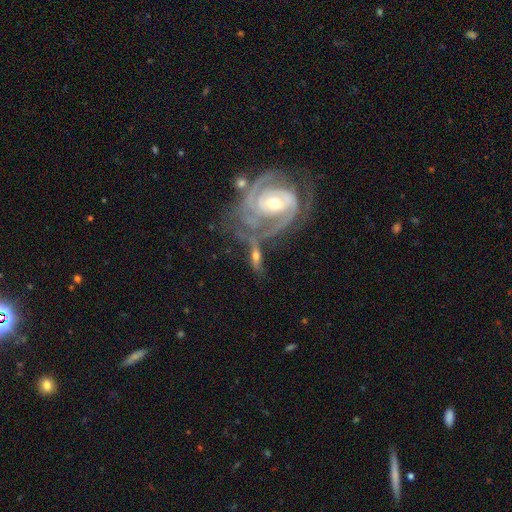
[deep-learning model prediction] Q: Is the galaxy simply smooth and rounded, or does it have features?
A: featured or disk — 74%.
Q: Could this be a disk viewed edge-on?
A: no — 81%.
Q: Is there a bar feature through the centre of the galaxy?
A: no — 52%.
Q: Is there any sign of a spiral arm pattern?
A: yes — 85%.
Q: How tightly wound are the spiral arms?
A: tight — 52%.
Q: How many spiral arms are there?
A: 2 — 60%.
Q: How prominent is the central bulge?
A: moderate — 60%.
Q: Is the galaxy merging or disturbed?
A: none — 39%.